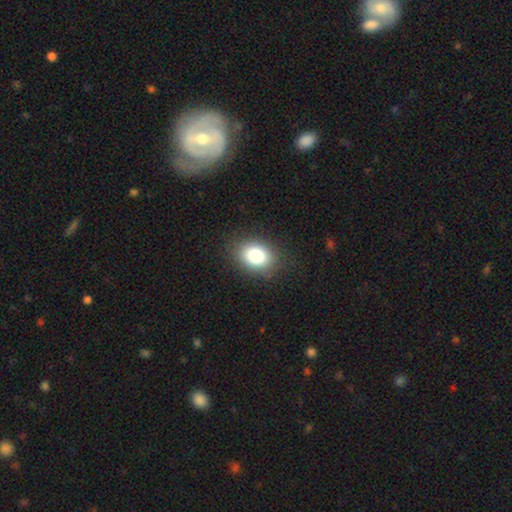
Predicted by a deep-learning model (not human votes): Smooth or featured?
  - smooth: 81% *
  - star or artifact: 10%
  - featured or disk: 9%
How rounded?
  - in between: 69% *
  - round: 30%
  - cigar-shaped: 1%
Merging?
  - none: 86% *
  - minor disturbance: 10%
  - major disturbance: 3%
  - merger: 1%